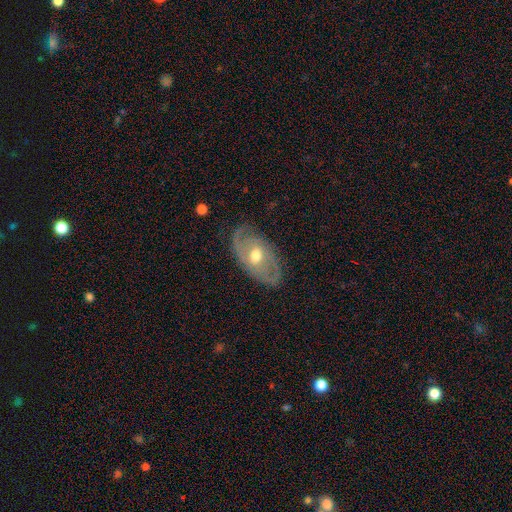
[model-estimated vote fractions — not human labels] featured or disk 73%, smooth 21%, star or artifact 6%. Down the decision tree: edge-on disk — no (91%); bar — no (61%); spiral arms — yes (79%); spiral arm count — 2 (54%); spiral winding — tight (48%); bulge size — moderate (75%); merging — none (76%).